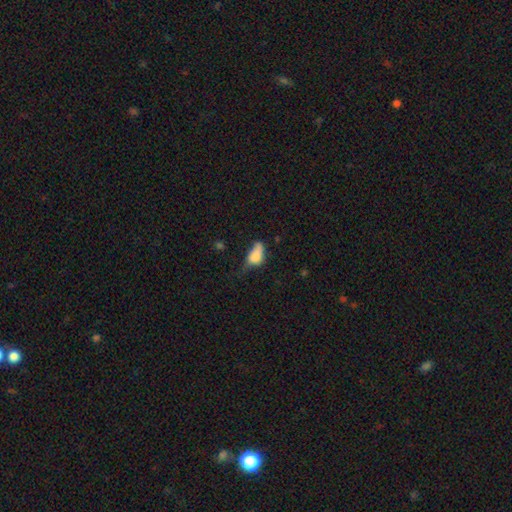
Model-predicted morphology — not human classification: Smooth or featured: smooth — 76% (featured or disk — 15%)
How rounded: in between — 85% (round — 8%)
Merging: minor disturbance — 38% (major disturbance — 33%)